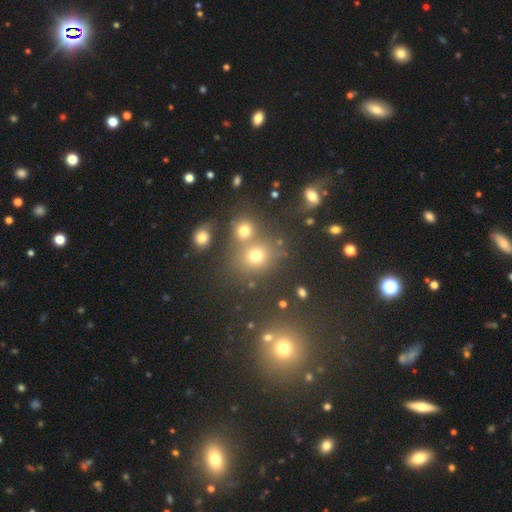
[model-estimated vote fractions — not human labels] A smooth galaxy with no disk features (69%) that is round (79%).

Vote fractions:
- Smooth or featured? smooth: 69% / star or artifact: 20% / featured or disk: 10%
- How rounded? round: 79% / in between: 20% / cigar-shaped: 1%
- Merging? none: 57% / merger: 29% / minor disturbance: 9% / major disturbance: 5%